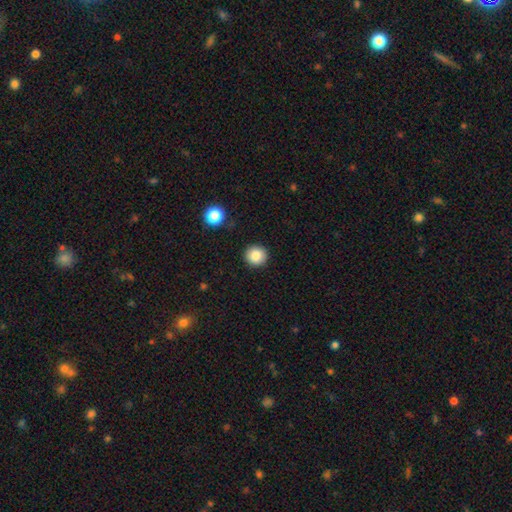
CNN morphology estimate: Smooth or featured? Predicted: smooth (p=0.85). How rounded? Predicted: round (p=0.93). Merging? Predicted: none (p=0.91).